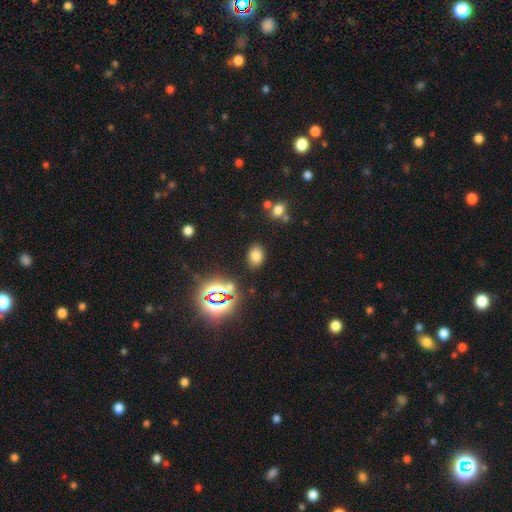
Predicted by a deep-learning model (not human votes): Smooth or featured: smooth — 71% (star or artifact — 21%)
How rounded: in between — 71% (round — 28%)
Merging: none — 85% (minor disturbance — 9%)